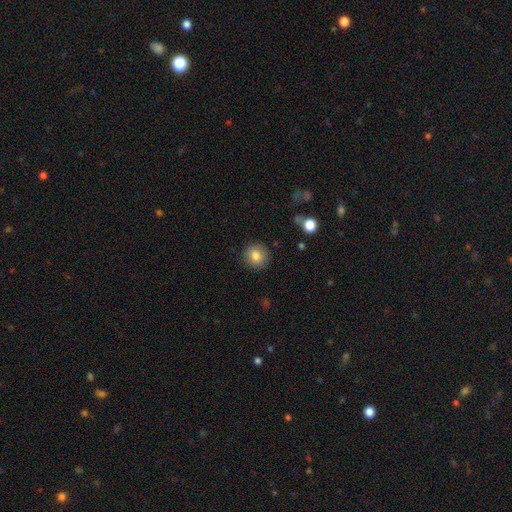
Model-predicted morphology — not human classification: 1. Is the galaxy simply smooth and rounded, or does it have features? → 83% smooth, 10% star or artifact, 7% featured or disk.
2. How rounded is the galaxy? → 90% round, 9% in between, 1% cigar-shaped.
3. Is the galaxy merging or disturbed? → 88% none, 8% minor disturbance, 2% major disturbance, 1% merger.